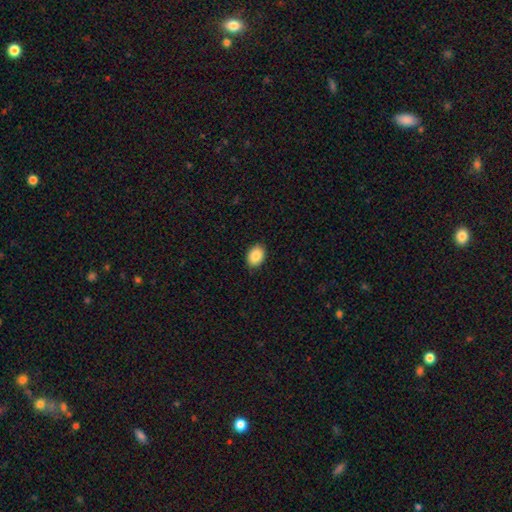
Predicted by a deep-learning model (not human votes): Smooth or featured?
  - smooth: 88% *
  - star or artifact: 7%
  - featured or disk: 5%
How rounded?
  - in between: 78% *
  - round: 21%
  - cigar-shaped: 1%
Merging?
  - none: 89% *
  - minor disturbance: 8%
  - major disturbance: 2%
  - merger: 1%